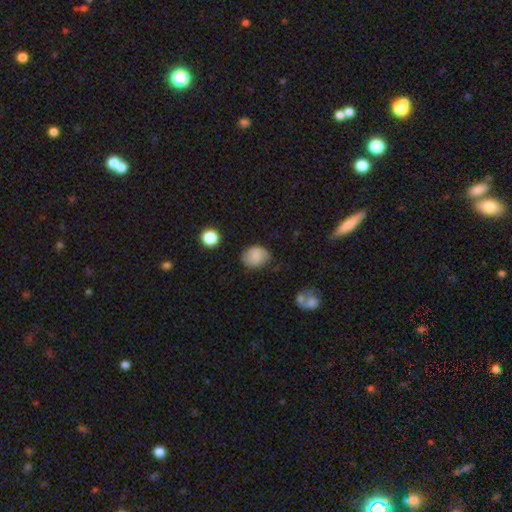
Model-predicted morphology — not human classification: smooth-or-featured: smooth: 69% | featured or disk: 22% | star or artifact: 8%
  how-rounded: in between: 53% | round: 46% | cigar-shaped: 1%
  merging: none: 70% | minor disturbance: 23% | major disturbance: 5% | merger: 2%